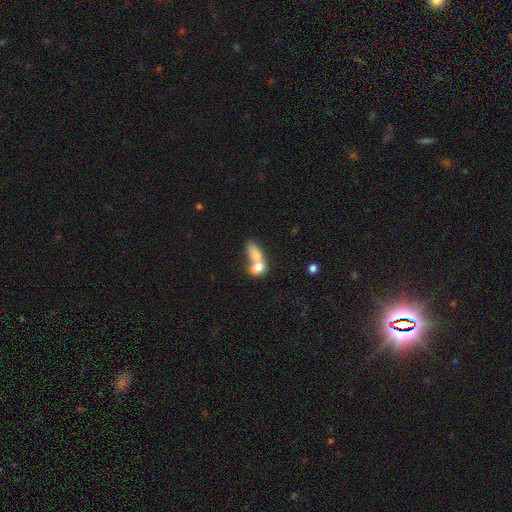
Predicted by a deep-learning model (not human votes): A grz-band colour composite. It shows a smooth galaxy with no disk features (73%) that is in between round and cigar-shaped (66%). Merging: merger (73%).